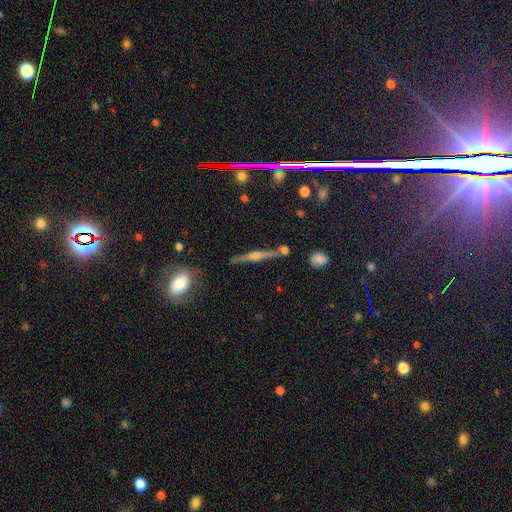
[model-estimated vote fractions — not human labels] A featured or disk galaxy (73%) viewed edge-on (96%) with a rounded central bulge (76%).

Vote fractions:
- Smooth or featured? featured or disk: 73% / smooth: 18% / star or artifact: 9%
- Edge-on disk? yes: 96% / no: 4%
- Edge-on bulge? rounded: 76% / boxy: 16% / none: 8%
- Merging? none: 81% / minor disturbance: 11% / merger: 5% / major disturbance: 3%